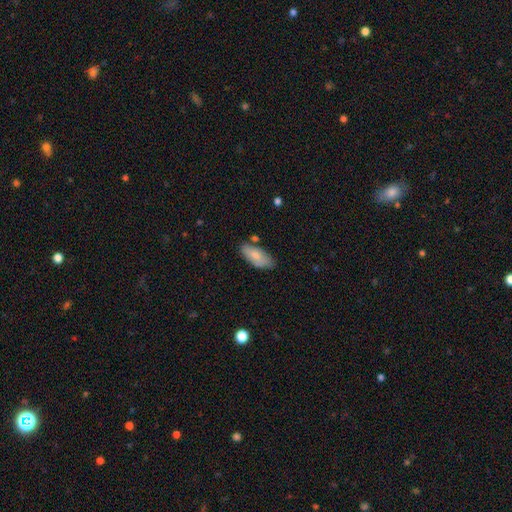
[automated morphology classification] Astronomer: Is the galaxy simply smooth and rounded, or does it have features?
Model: smooth — 79%.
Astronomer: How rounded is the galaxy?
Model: in between — 85%.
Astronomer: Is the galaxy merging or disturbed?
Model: none — 66%.